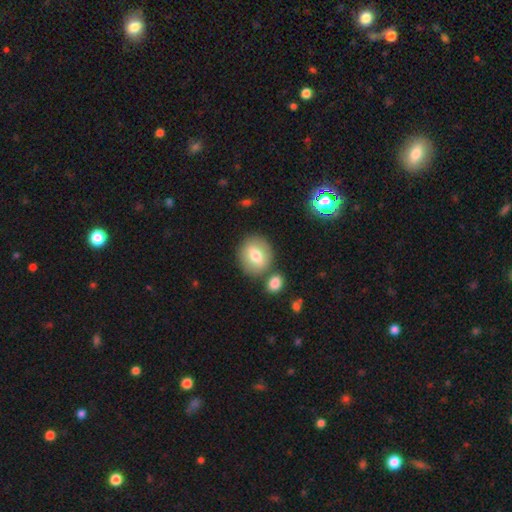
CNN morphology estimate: Smooth or featured?
  - smooth: 68% *
  - featured or disk: 25%
  - star or artifact: 8%
How rounded?
  - round: 70% *
  - in between: 29%
  - cigar-shaped: 1%
Merging?
  - none: 74% *
  - merger: 13%
  - minor disturbance: 10%
  - major disturbance: 3%